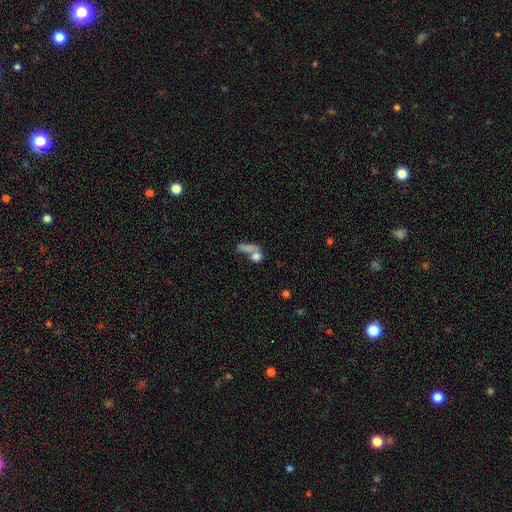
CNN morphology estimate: smooth-or-featured: smooth: 46% | star or artifact: 30% | featured or disk: 24%
  merging: none: 40% | merger: 37% | minor disturbance: 11% | major disturbance: 11%